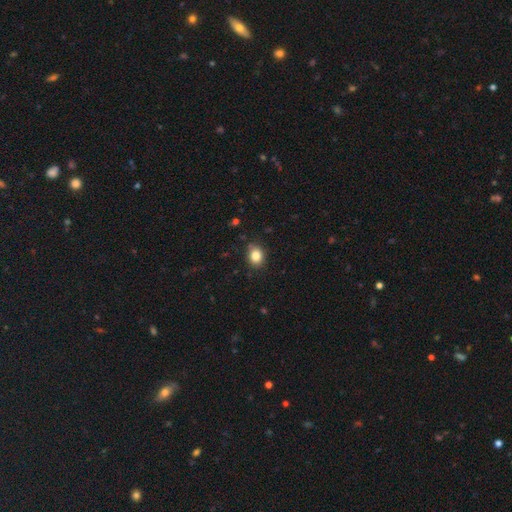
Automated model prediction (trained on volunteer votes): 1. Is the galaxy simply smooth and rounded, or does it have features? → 84% smooth, 10% star or artifact, 7% featured or disk.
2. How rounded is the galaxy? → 52% in between, 47% round, 1% cigar-shaped.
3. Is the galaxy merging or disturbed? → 85% none, 12% minor disturbance, 2% major disturbance, 1% merger.